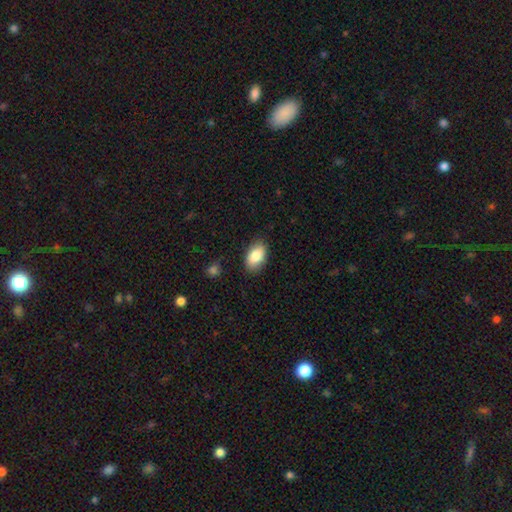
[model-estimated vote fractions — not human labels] A smooth galaxy with no disk features (84%) that is in between round and cigar-shaped (92%). Merging: none (85%).